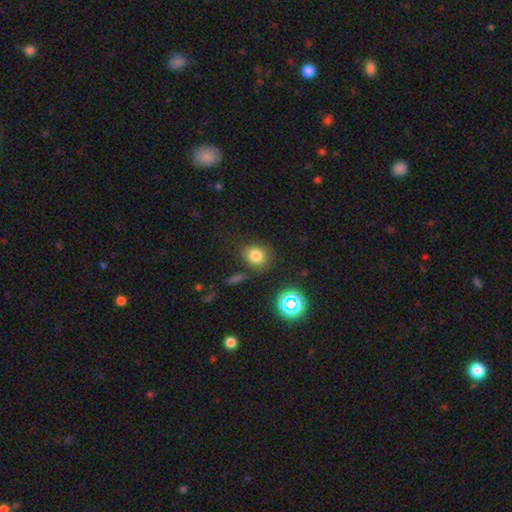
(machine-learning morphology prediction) smooth_or_featured: smooth (p=0.77) [alt: star or artifact p=0.16]
how_rounded: round (p=0.74) [alt: in between p=0.25]
merging: none (p=0.77) [alt: minor disturbance p=0.13]